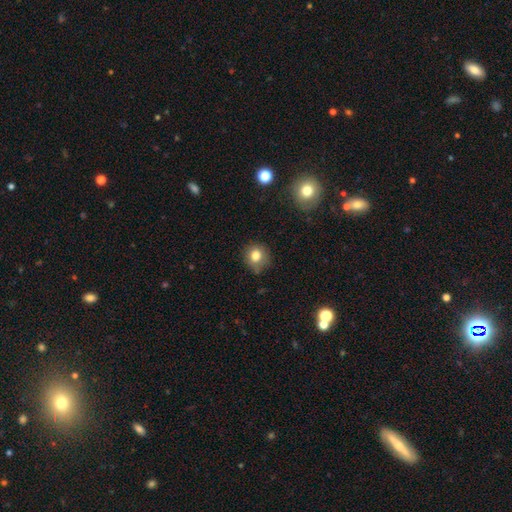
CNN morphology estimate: Smooth or featured? Predicted: smooth (p=0.80). How rounded? Predicted: round (p=0.84). Merging? Predicted: none (p=0.76).